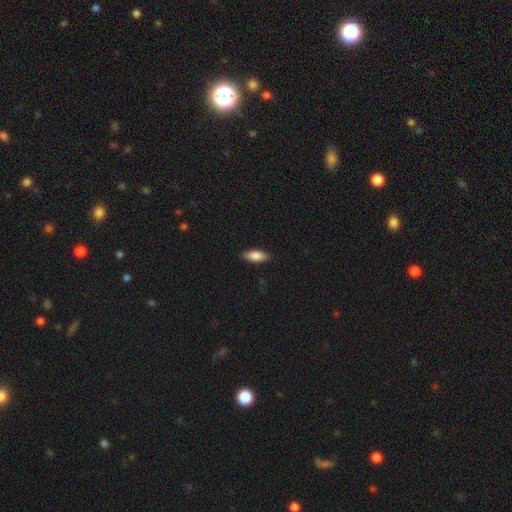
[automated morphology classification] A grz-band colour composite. It shows a smooth galaxy with no disk features (79%) that is in between round and cigar-shaped (72%). Merging: none (87%).